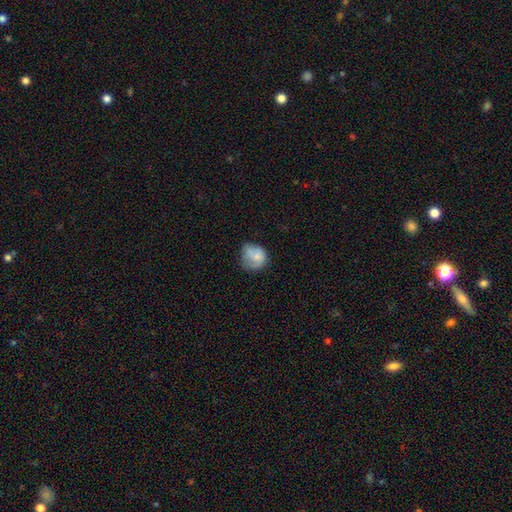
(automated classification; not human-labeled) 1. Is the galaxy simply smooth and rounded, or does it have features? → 68% smooth, 24% featured or disk, 8% star or artifact.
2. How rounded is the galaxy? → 67% round, 32% in between, 1% cigar-shaped.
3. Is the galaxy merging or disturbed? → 38% none, 36% minor disturbance, 21% major disturbance, 4% merger.